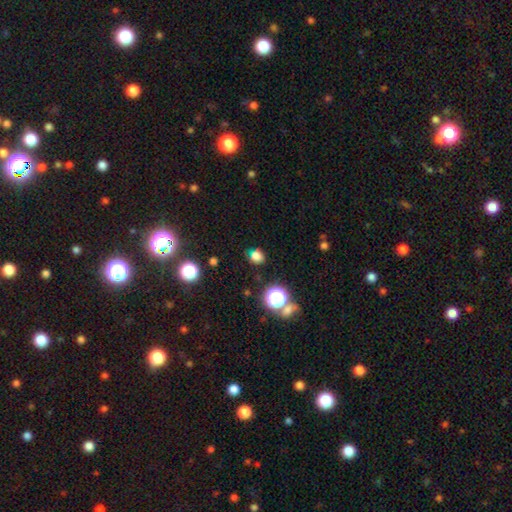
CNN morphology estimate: The model was most divided on "how rounded": round: 70%, in between: 28%, cigar-shaped: 1%. More confident: merging — none (77%); smooth or featured — smooth (72%).